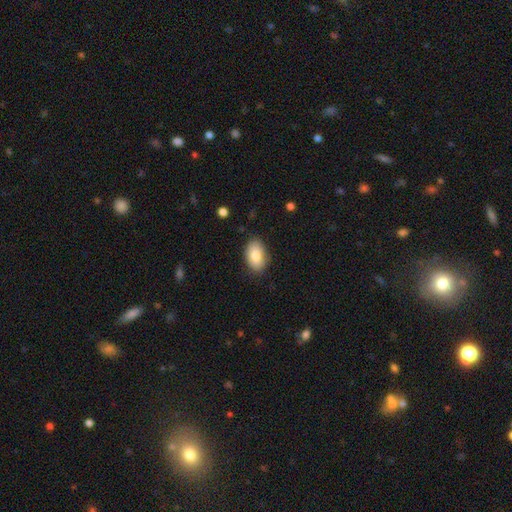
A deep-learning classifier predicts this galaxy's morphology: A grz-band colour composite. It shows a smooth galaxy with no disk features (83%) that is in between round and cigar-shaped (91%). Merging: none (84%).